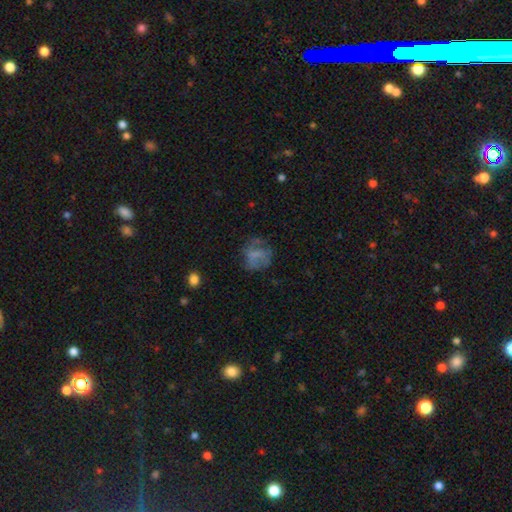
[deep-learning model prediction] Smooth or featured: smooth — 50% (featured or disk — 37%)
How rounded: round — 71% (in between — 28%)
Merging: none — 54% (major disturbance — 22%)